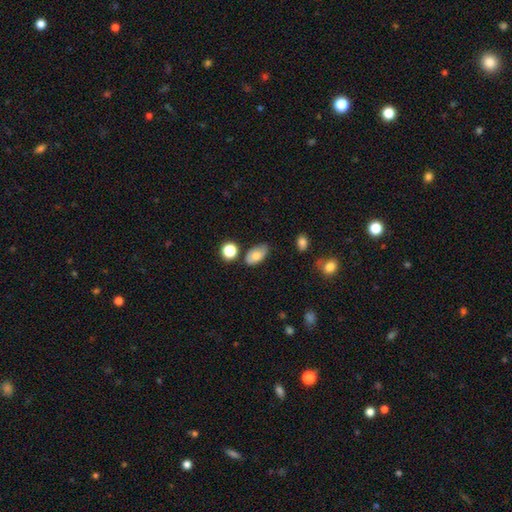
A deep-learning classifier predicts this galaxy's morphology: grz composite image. It shows a smooth galaxy with no disk features (73%) that is in between round and cigar-shaped (91%). Merging: none (70%).